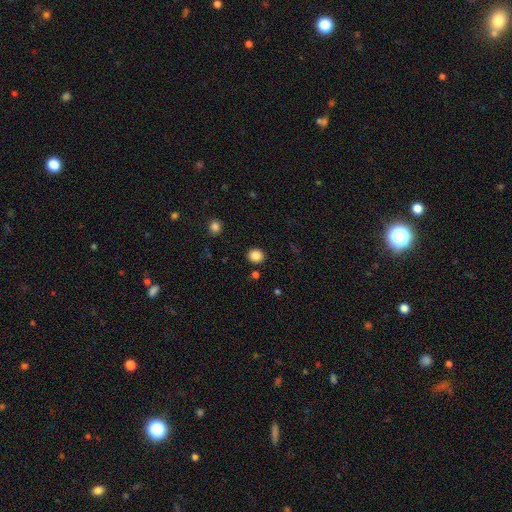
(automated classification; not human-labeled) Morphology: type=smooth (86%); roundness=round (82%); merging=none (89%).